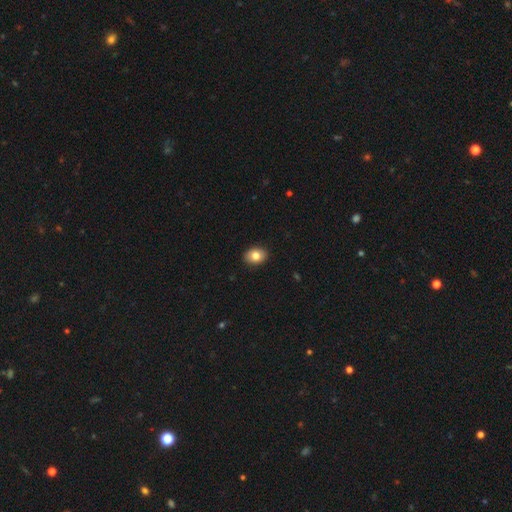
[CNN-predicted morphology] smooth 82%, featured or disk 10%, star or artifact 8%. Down the decision tree: how rounded — in between (66%); merging — none (91%).